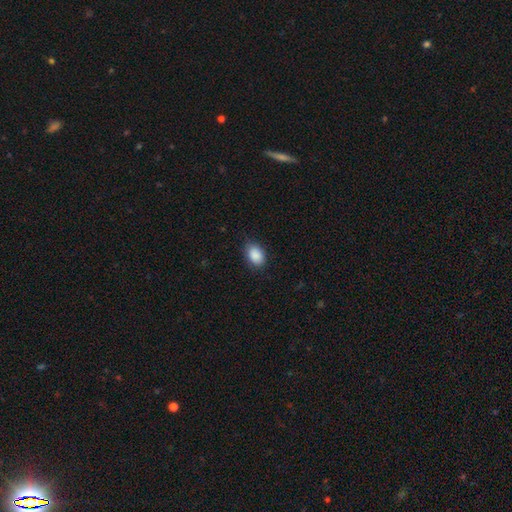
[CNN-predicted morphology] smooth_or_featured: smooth (p=0.89) [alt: star or artifact p=0.07]
how_rounded: in between (p=0.83) [alt: round p=0.16]
merging: none (p=0.79) [alt: minor disturbance p=0.17]